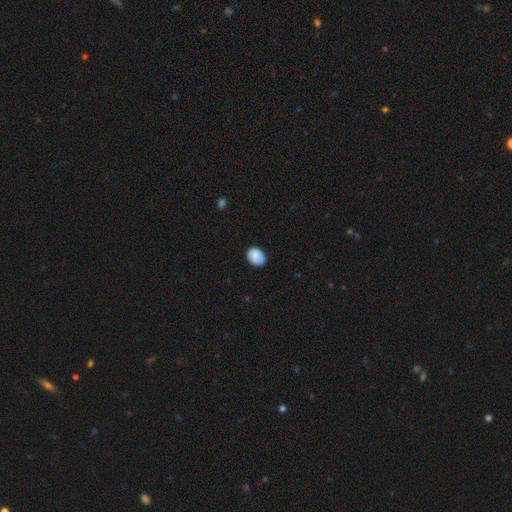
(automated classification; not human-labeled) A smooth galaxy with no disk features (79%) that is in between round and cigar-shaped (60%).

Vote fractions:
- Smooth or featured? smooth: 79% / featured or disk: 13% / star or artifact: 8%
- How rounded? in between: 60% / round: 39% / cigar-shaped: 1%
- Merging? none: 77% / minor disturbance: 18% / major disturbance: 4% / merger: 1%